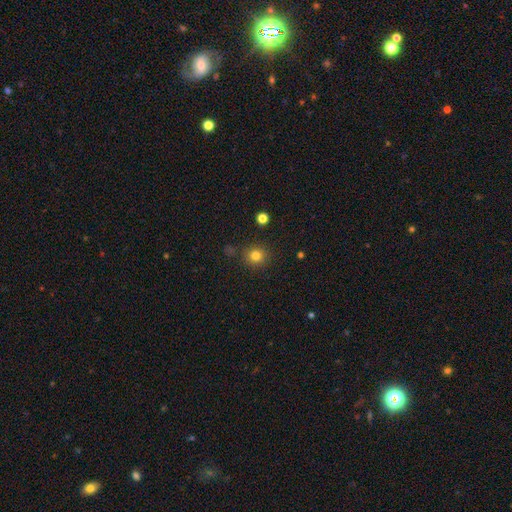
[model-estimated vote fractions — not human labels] Smooth or featured? smooth (80%)
How rounded? round (89%)
Merging? none (88%)